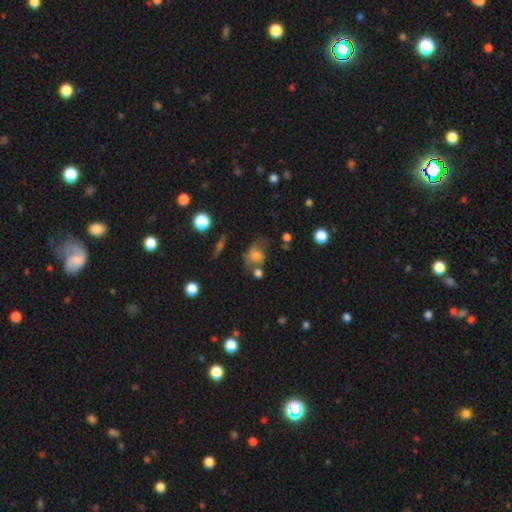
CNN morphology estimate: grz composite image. It shows a smooth galaxy with no disk features (61%) that is in between round and cigar-shaped (51%). Merging: none (41%).